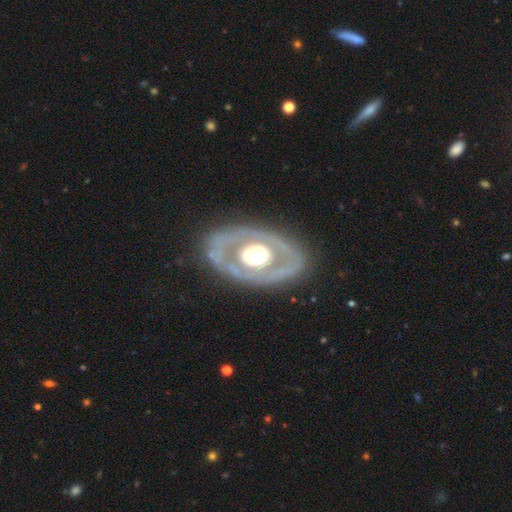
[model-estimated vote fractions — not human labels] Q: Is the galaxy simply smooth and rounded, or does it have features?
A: featured or disk — 67%.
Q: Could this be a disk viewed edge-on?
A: no — 92%.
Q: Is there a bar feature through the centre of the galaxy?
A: no — 88%.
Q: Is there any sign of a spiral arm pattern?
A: no — 84%.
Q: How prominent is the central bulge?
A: moderate — 46%.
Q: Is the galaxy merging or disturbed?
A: none — 77%.